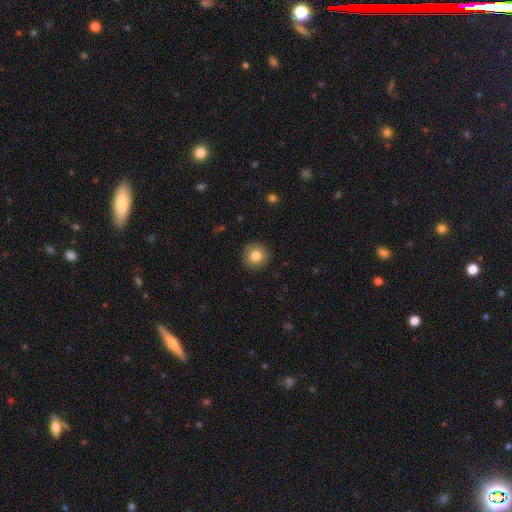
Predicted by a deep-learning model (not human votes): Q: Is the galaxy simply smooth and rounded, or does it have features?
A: smooth — 83%.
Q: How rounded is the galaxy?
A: round — 94%.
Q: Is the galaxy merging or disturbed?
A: none — 91%.